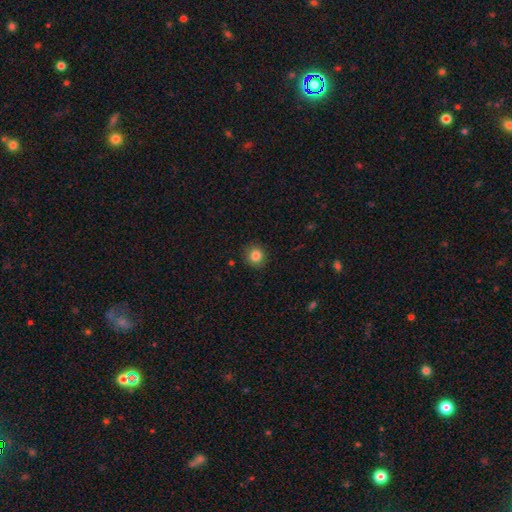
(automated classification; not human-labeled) A smooth galaxy with no disk features (85%) that is round (91%).

Vote fractions:
- Smooth or featured? smooth: 85% / star or artifact: 10% / featured or disk: 5%
- How rounded? round: 91% / in between: 8% / cigar-shaped: 1%
- Merging? none: 90% / minor disturbance: 7% / major disturbance: 2% / merger: 1%